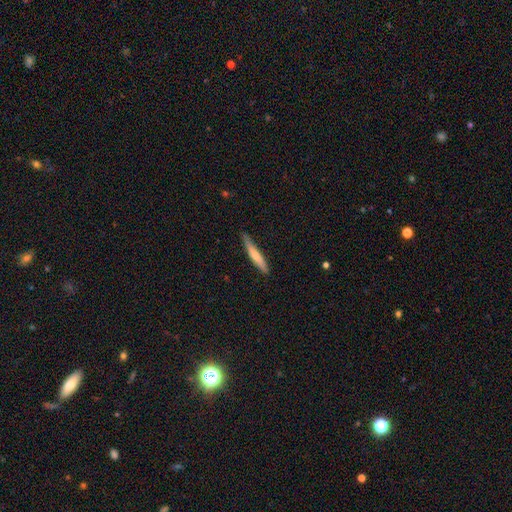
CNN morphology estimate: Overall: smooth (65%; featured or disk 30%). How rounded: cigar-shaped (93%). Merging: none (82%).